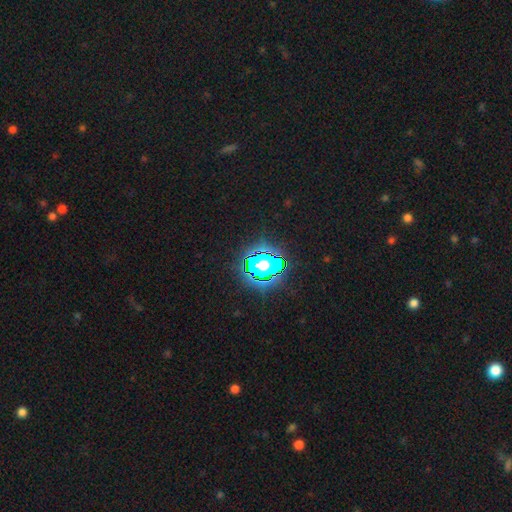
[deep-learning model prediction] This is likely a star or artifact rather than a galaxy (80%).